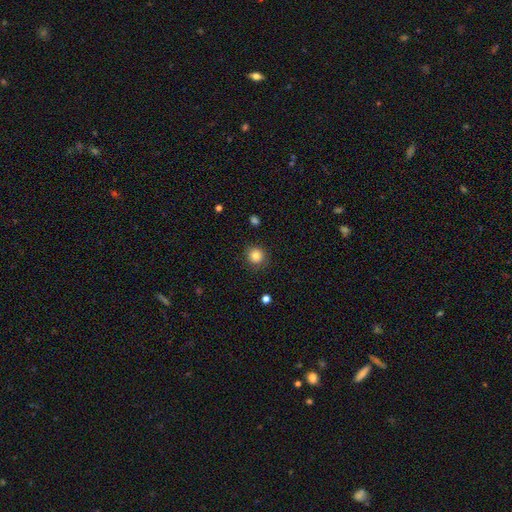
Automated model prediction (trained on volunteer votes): Morphology: type=smooth (84%); roundness=round (92%); merging=none (89%).